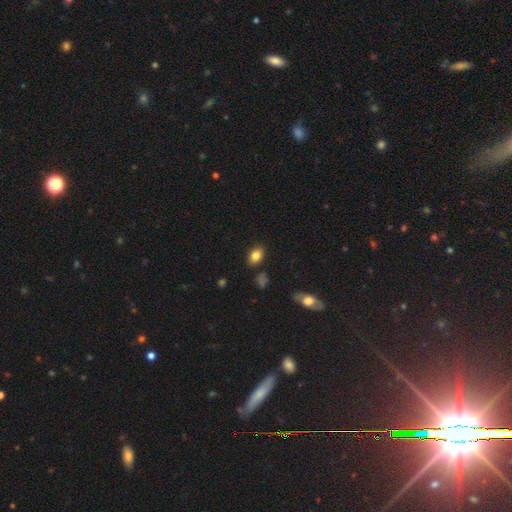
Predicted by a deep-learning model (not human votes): A smooth galaxy with no disk features (83%) that is in between round and cigar-shaped (80%). Merging: none (84%).